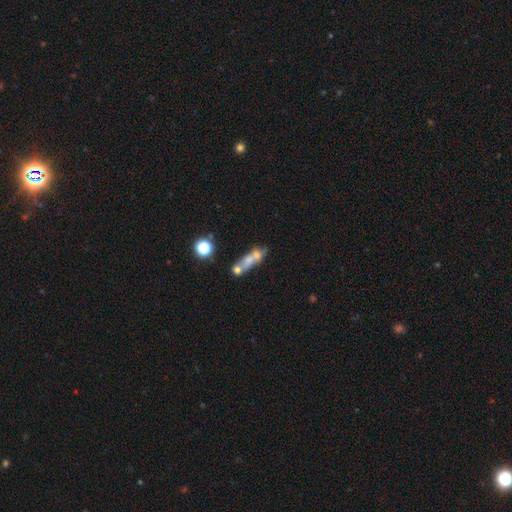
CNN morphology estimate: A smooth galaxy with no disk features (45%). Merging: merger (41%).